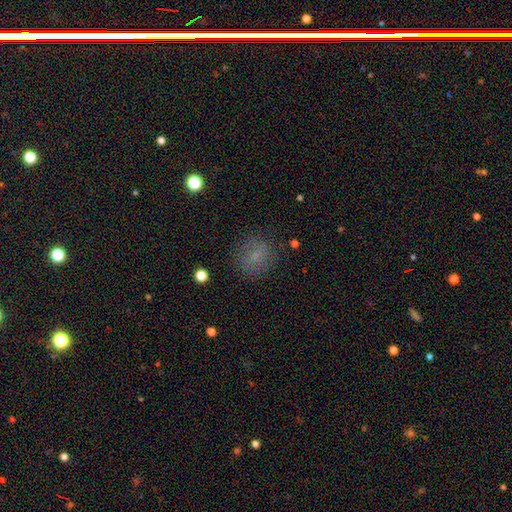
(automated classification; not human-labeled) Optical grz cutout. It shows a smooth galaxy with no disk features (64%) that is round (77%). Merging: none (78%).